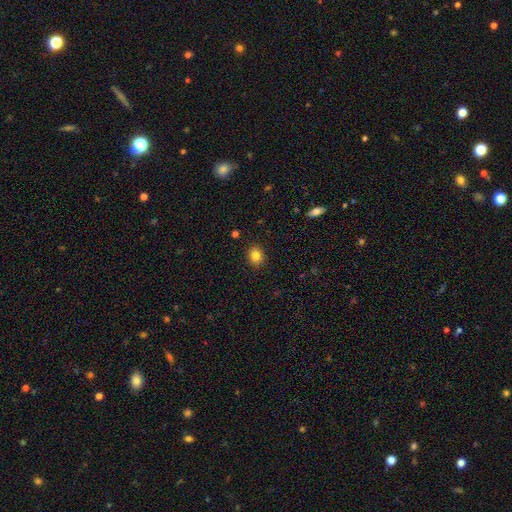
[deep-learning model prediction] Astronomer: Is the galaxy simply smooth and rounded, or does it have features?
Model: smooth — 83%.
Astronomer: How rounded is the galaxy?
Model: round — 70%.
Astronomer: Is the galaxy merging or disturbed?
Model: none — 90%.